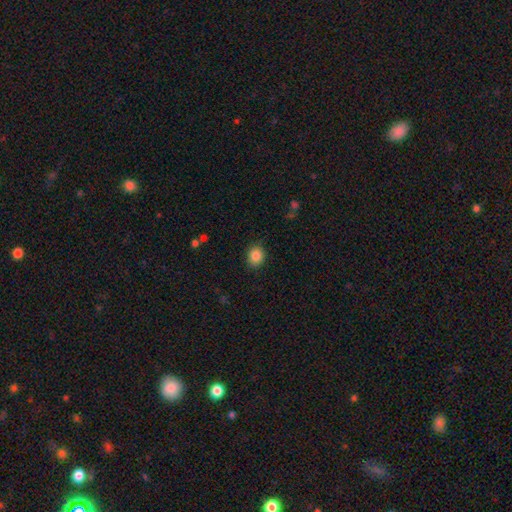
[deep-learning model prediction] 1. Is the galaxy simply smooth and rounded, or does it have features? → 87% smooth, 9% star or artifact, 4% featured or disk.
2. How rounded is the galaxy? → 64% round, 35% in between, 1% cigar-shaped.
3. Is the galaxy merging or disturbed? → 87% none, 9% minor disturbance, 3% major disturbance, 1% merger.